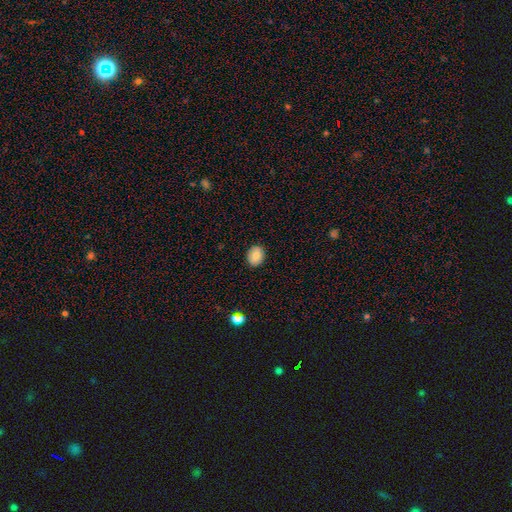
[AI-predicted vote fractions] Smooth or featured: smooth — 84% (star or artifact — 8%)
How rounded: in between — 53% (round — 46%)
Merging: none — 89% (minor disturbance — 9%)